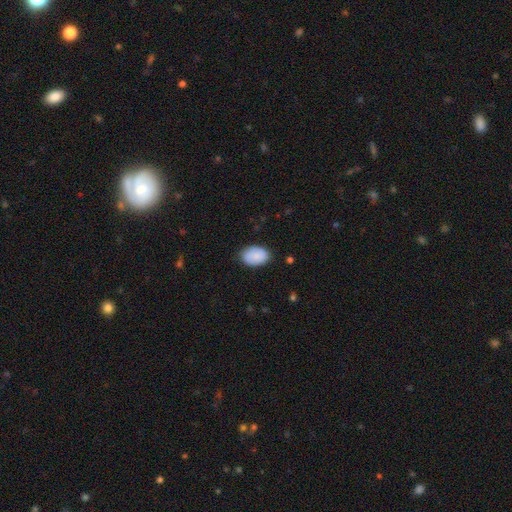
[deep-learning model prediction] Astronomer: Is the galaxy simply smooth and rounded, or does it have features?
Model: smooth — 85%.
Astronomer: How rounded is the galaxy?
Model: in between — 87%.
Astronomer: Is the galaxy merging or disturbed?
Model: none — 81%.